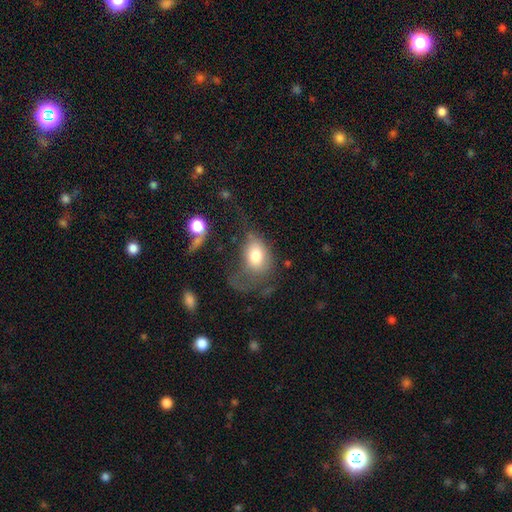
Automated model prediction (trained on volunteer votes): Smooth or featured?
  - smooth: 70% *
  - featured or disk: 21%
  - star or artifact: 9%
How rounded?
  - in between: 75% *
  - round: 24%
  - cigar-shaped: 2%
Merging?
  - major disturbance: 47% *
  - none: 24%
  - minor disturbance: 22%
  - merger: 7%